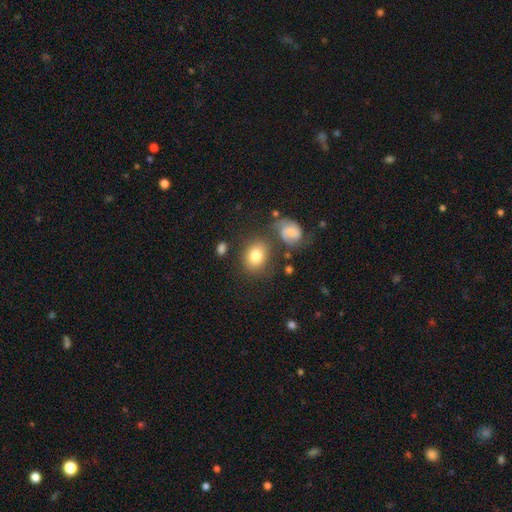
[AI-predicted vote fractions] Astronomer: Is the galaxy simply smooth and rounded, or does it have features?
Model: smooth — 76%.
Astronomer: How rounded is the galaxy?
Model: round — 50% (runner-up: in between, 49%).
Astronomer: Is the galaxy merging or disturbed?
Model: none — 70%.